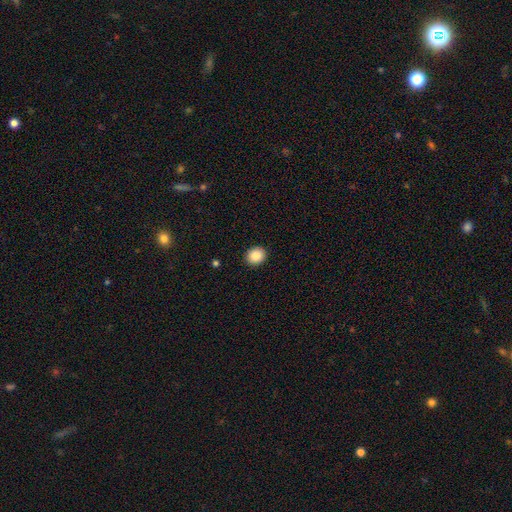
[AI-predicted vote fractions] Q: Smooth or featured?
A: smooth (87%); runner-up: star or artifact (9%)
Q: How rounded?
A: round (69%); runner-up: in between (30%)
Q: Merging?
A: none (92%); runner-up: minor disturbance (6%)